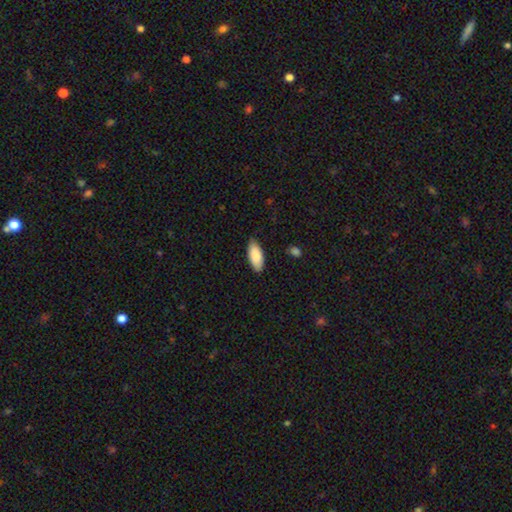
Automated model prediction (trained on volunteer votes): Smooth or featured?
  - smooth: 88% *
  - featured or disk: 6%
  - star or artifact: 6%
How rounded?
  - in between: 87% *
  - cigar-shaped: 11%
  - round: 2%
Merging?
  - none: 84% *
  - minor disturbance: 13%
  - major disturbance: 2%
  - merger: 1%